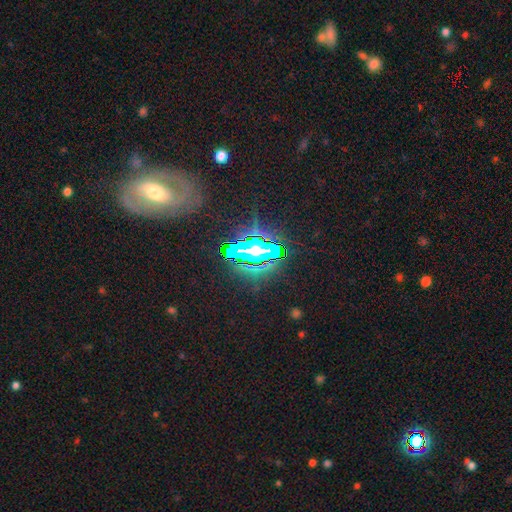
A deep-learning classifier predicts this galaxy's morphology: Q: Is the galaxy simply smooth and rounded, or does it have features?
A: star or artifact — 67%.